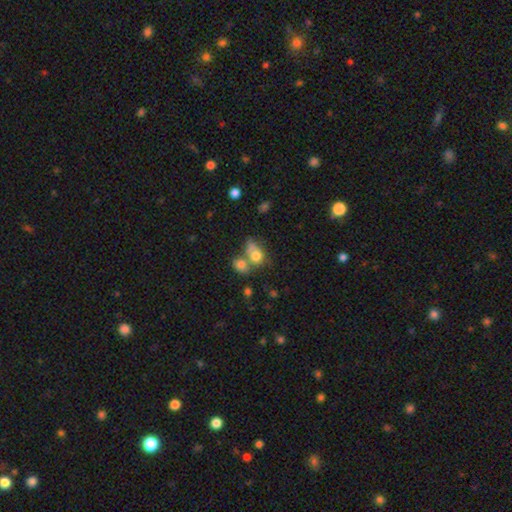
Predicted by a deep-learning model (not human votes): Smooth or featured?
  - smooth: 72% *
  - featured or disk: 16%
  - star or artifact: 11%
How rounded?
  - in between: 49% *
  - round: 48%
  - cigar-shaped: 2%
Merging?
  - merger: 52% *
  - none: 26%
  - minor disturbance: 12%
  - major disturbance: 10%